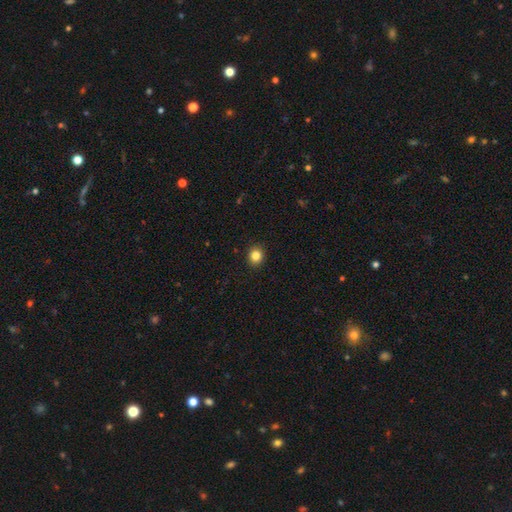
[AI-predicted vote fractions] Smooth or featured: smooth — 84% (star or artifact — 11%)
How rounded: round — 79% (in between — 20%)
Merging: none — 92% (minor disturbance — 6%)